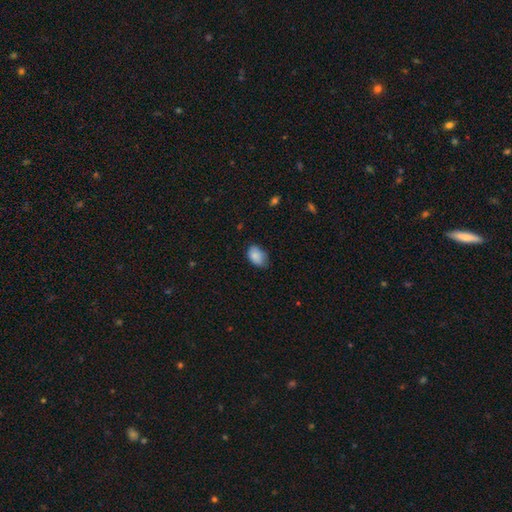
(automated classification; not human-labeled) This appears to be a smooth galaxy with no disk features (85%) that is in between round and cigar-shaped (86%). Merging: none (59%).